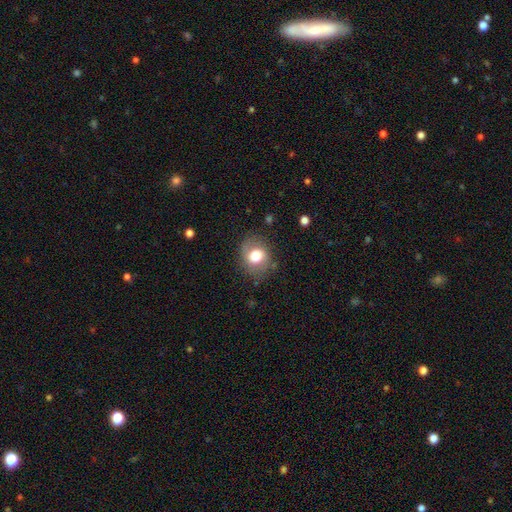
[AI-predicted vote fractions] smooth-or-featured: smooth: 67% | featured or disk: 24% | star or artifact: 9%
  how-rounded: round: 63% | in between: 36% | cigar-shaped: 1%
  merging: none: 72% | minor disturbance: 19% | major disturbance: 8% | merger: 2%